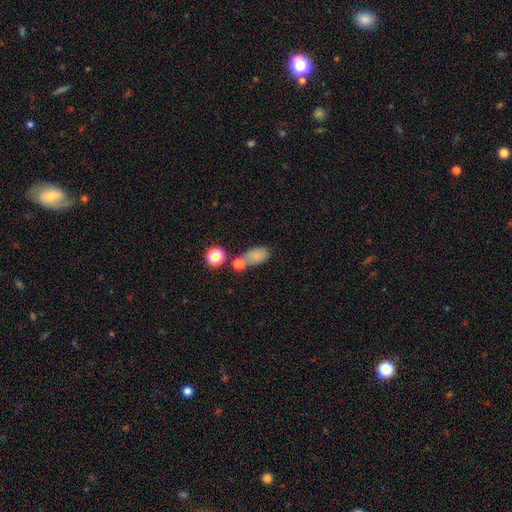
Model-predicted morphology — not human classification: Smooth or featured: smooth — 76% (star or artifact — 13%)
How rounded: in between — 85% (round — 12%)
Merging: none — 54% (merger — 24%)